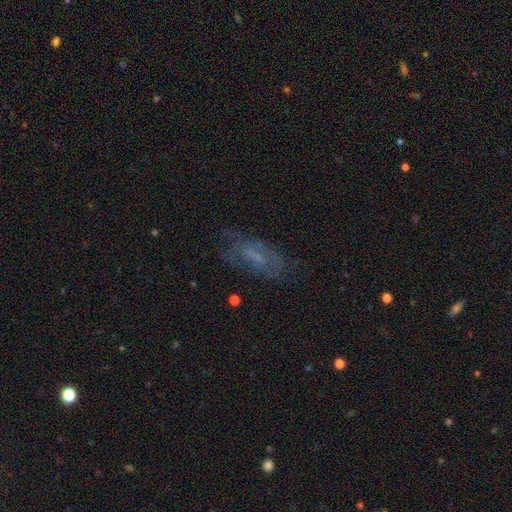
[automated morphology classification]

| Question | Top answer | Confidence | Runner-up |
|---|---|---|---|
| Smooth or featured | featured or disk | 48% | smooth (37%) |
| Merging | none | 64% | minor disturbance (20%) |